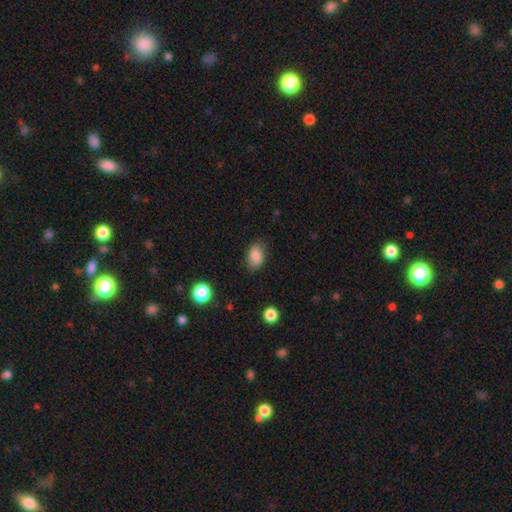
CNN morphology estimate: Smooth or featured?
  - smooth: 85% *
  - star or artifact: 9%
  - featured or disk: 6%
How rounded?
  - in between: 85% *
  - round: 14%
  - cigar-shaped: 2%
Merging?
  - none: 79% *
  - minor disturbance: 16%
  - major disturbance: 4%
  - merger: 1%